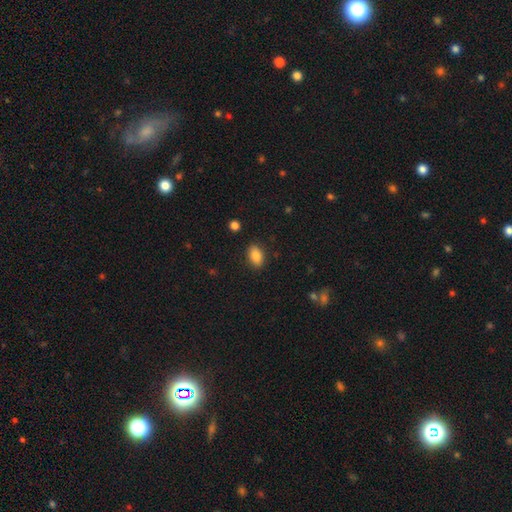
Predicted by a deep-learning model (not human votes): This appears to be a smooth galaxy with no disk features (86%) that is in between round and cigar-shaped (90%). Merging: none (87%).